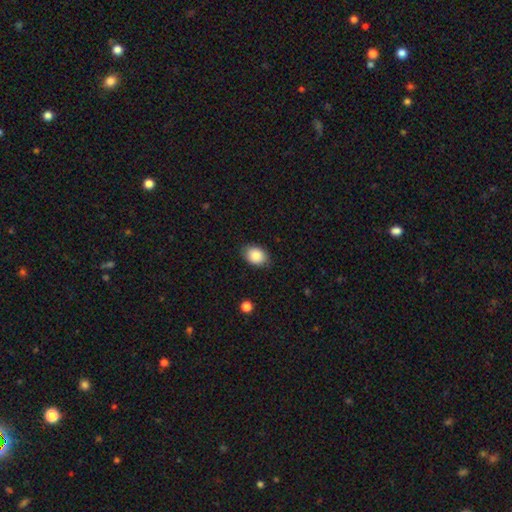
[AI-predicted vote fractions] Smooth or featured: smooth — 87% (star or artifact — 7%)
How rounded: in between — 74% (round — 25%)
Merging: none — 82% (minor disturbance — 14%)